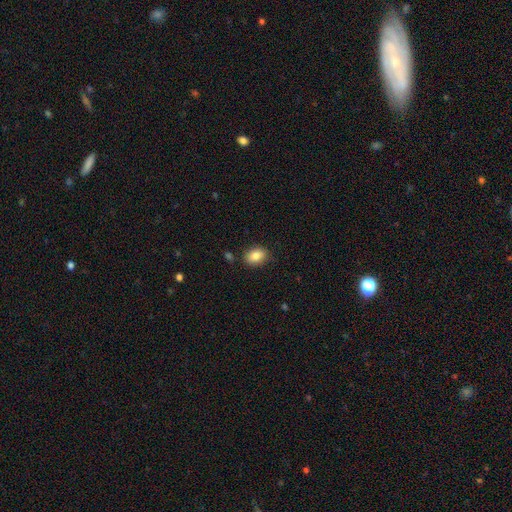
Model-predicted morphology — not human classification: type=smooth (84%); roundness=in between (75%); merging=none (83%).